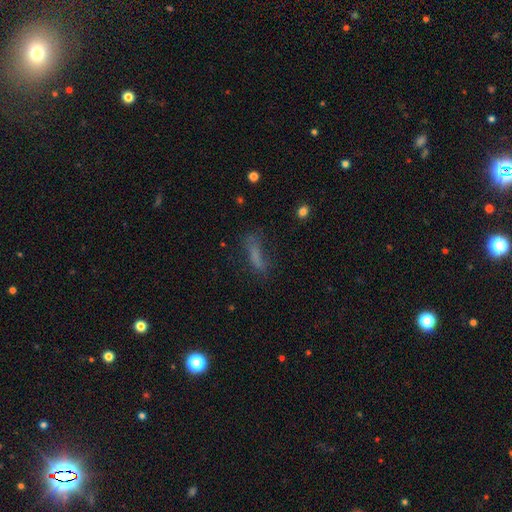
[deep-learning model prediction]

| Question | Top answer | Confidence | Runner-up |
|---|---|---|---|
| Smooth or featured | smooth | 62% | featured or disk (21%) |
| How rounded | cigar-shaped | 60% | in between (36%) |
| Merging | none | 54% | minor disturbance (24%) |